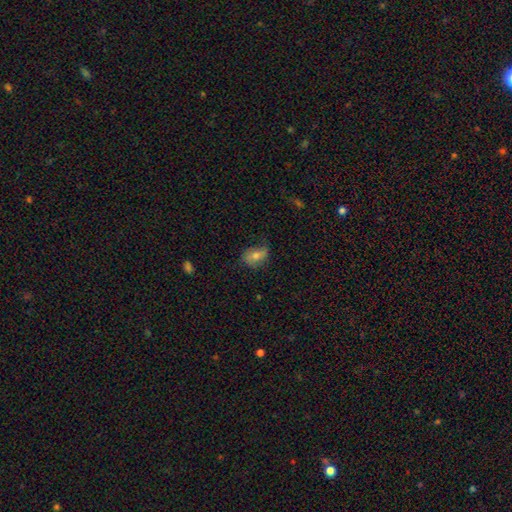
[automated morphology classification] Smooth or featured?
  - smooth: 59% *
  - featured or disk: 30%
  - star or artifact: 11%
How rounded?
  - in between: 78% *
  - round: 19%
  - cigar-shaped: 3%
Merging?
  - none: 59% *
  - minor disturbance: 29%
  - major disturbance: 11%
  - merger: 2%